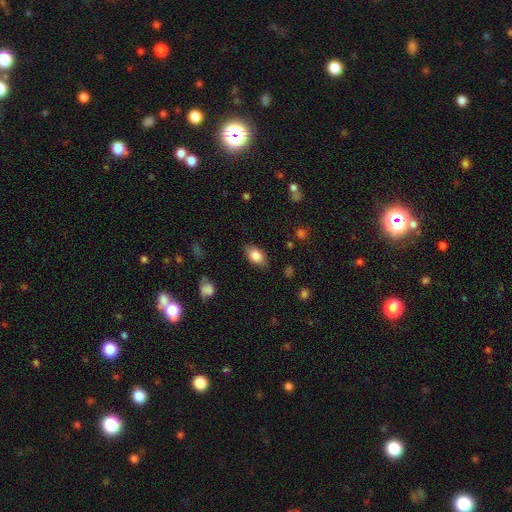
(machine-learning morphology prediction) This appears to be a smooth galaxy with no disk features (83%) that is in between round and cigar-shaped (90%). Merging: none (84%).